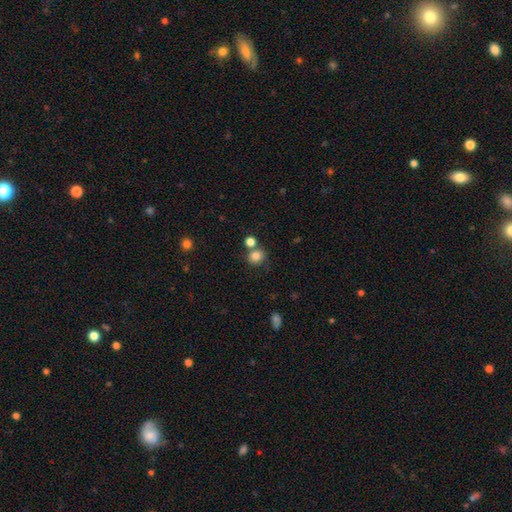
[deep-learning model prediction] Smooth or featured?
  - smooth: 82% *
  - star or artifact: 12%
  - featured or disk: 6%
How rounded?
  - round: 81% *
  - in between: 18%
  - cigar-shaped: 1%
Merging?
  - none: 65% *
  - merger: 21%
  - minor disturbance: 10%
  - major disturbance: 4%